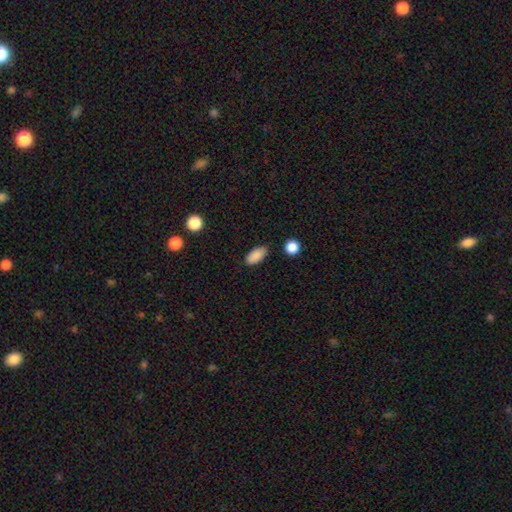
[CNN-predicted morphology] This appears to be a smooth galaxy with no disk features (88%) that is in between round and cigar-shaped (91%). Merging: none (82%).